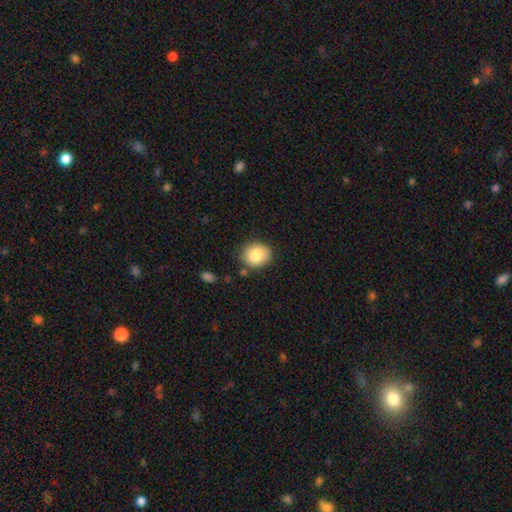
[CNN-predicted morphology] Smooth or featured: smooth — 83% (featured or disk — 9%)
How rounded: round — 61% (in between — 38%)
Merging: none — 81% (minor disturbance — 13%)